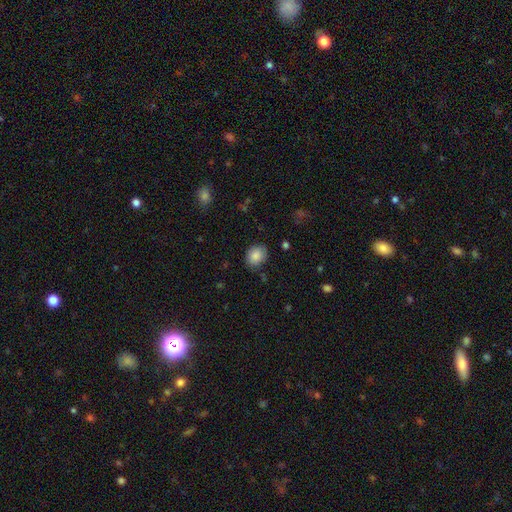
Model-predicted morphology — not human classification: Smooth or featured?
  - smooth: 86% *
  - star or artifact: 8%
  - featured or disk: 6%
How rounded?
  - round: 59% *
  - in between: 40%
  - cigar-shaped: 1%
Merging?
  - none: 82% *
  - minor disturbance: 14%
  - major disturbance: 3%
  - merger: 1%